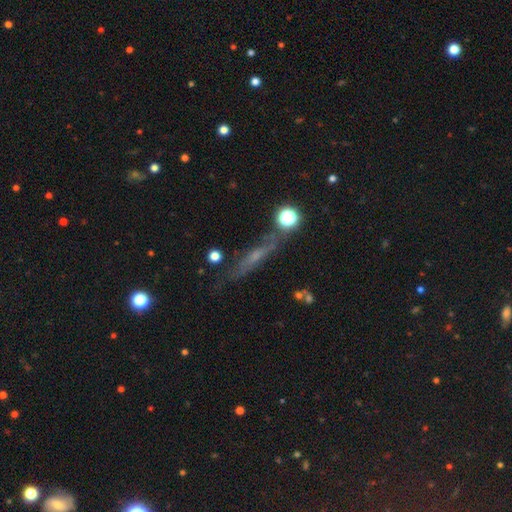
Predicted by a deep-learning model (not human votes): featured or disk 54%, smooth 30%, star or artifact 17%. Down the decision tree: edge-on disk — yes (76%); merging — none (71%).